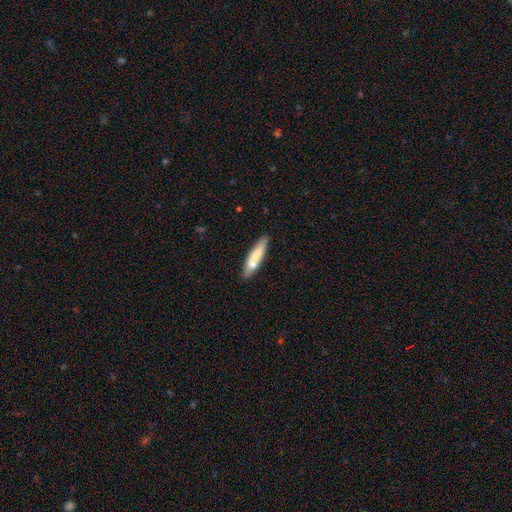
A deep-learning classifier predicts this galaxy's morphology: A smooth galaxy with no disk features (70%) that is cigar-shaped (78%). Merging: none (70%).